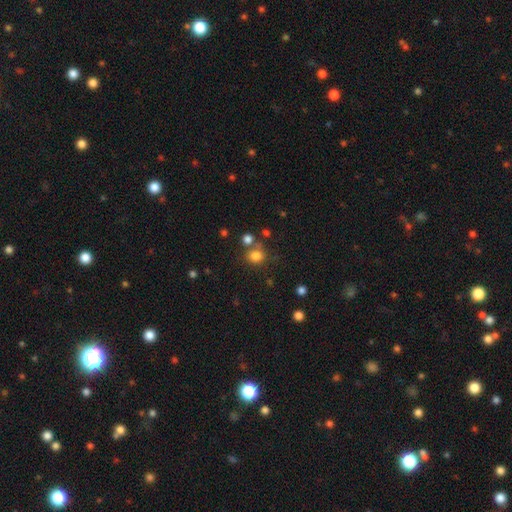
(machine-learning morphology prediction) Smooth or featured?
  - smooth: 79% *
  - star or artifact: 14%
  - featured or disk: 7%
How rounded?
  - round: 71% *
  - in between: 28%
  - cigar-shaped: 1%
Merging?
  - none: 62% *
  - merger: 20%
  - minor disturbance: 12%
  - major disturbance: 6%